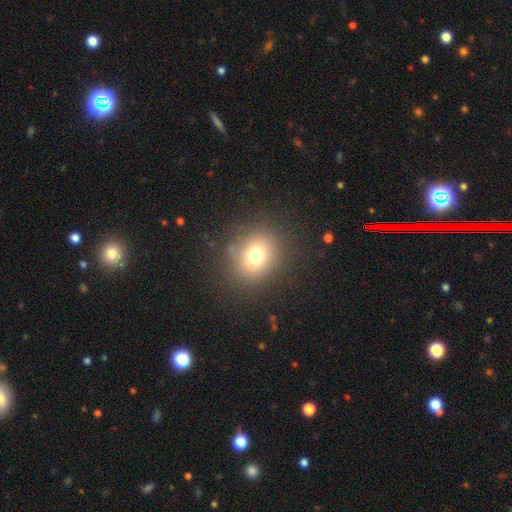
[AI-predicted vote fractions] A smooth galaxy with no disk features (72%) that is round (68%). Merging: none (84%).